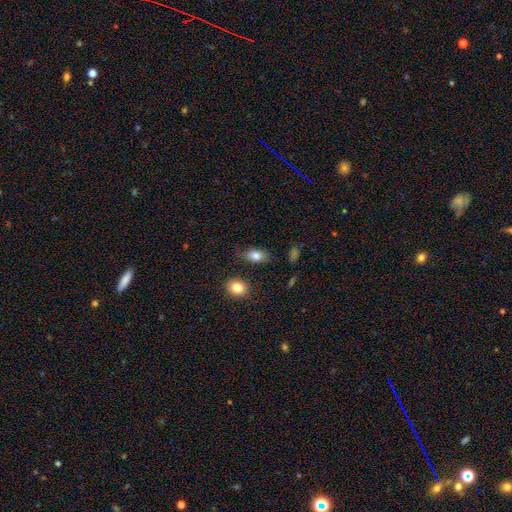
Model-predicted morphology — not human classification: Smooth or featured? Predicted: smooth (p=0.82). How rounded? Predicted: in between (p=0.87). Merging? Predicted: none (p=0.74).